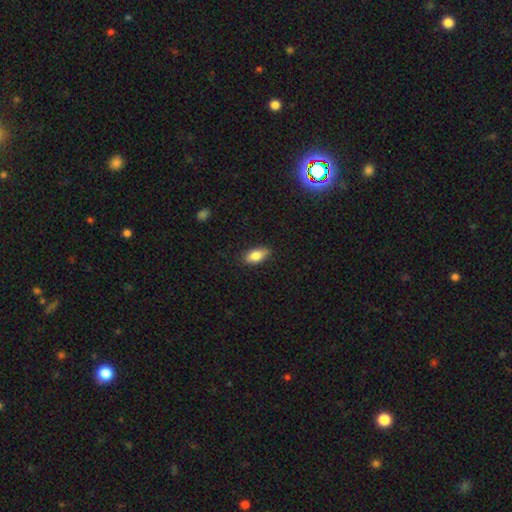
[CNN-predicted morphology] This is clearly a smooth galaxy (82%). How rounded: clearly in between (88%). Merging: clearly none (82%).